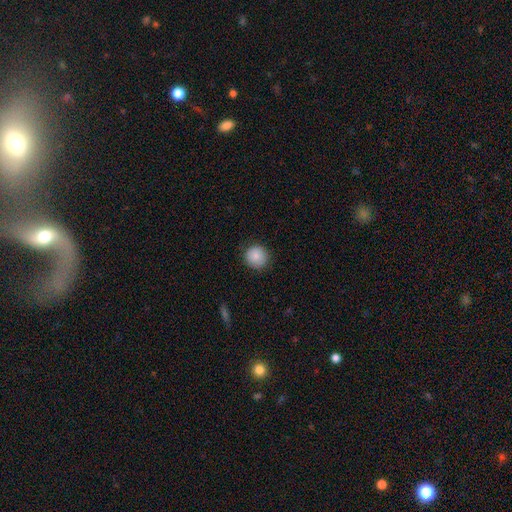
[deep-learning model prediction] smooth-or-featured: smooth: 87% | star or artifact: 8% | featured or disk: 5%
  how-rounded: round: 92% | in between: 7% | cigar-shaped: 1%
  merging: none: 87% | minor disturbance: 10% | major disturbance: 2% | merger: 1%